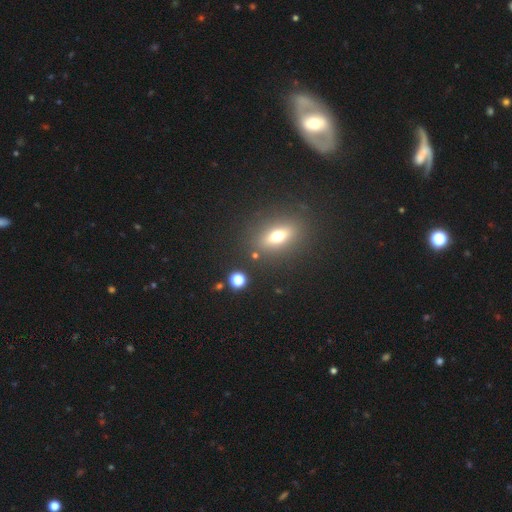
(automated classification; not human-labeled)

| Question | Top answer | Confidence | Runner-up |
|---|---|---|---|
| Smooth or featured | smooth | 49% | featured or disk (33%) |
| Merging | none | 86% | minor disturbance (8%) |